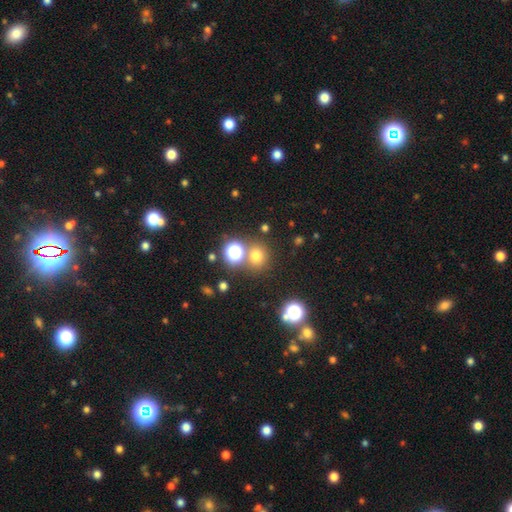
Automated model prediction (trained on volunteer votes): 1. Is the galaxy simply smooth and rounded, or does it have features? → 67% smooth, 26% star or artifact, 7% featured or disk.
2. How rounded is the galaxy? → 86% round, 13% in between, 1% cigar-shaped.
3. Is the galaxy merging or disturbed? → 74% none, 15% merger, 8% minor disturbance, 4% major disturbance.